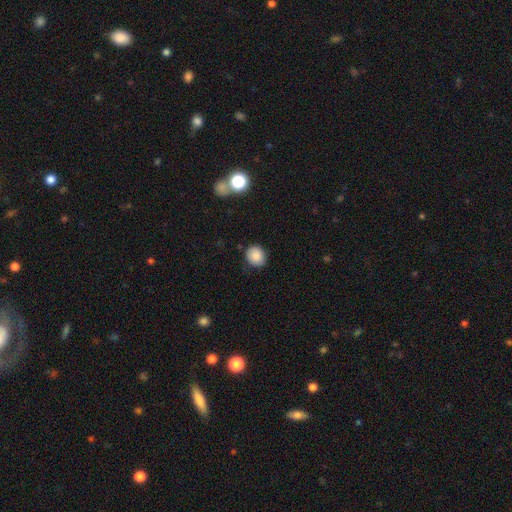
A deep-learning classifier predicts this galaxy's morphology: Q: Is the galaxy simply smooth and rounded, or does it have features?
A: smooth — 86%.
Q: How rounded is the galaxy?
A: round — 70%.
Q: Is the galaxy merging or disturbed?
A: none — 82%.